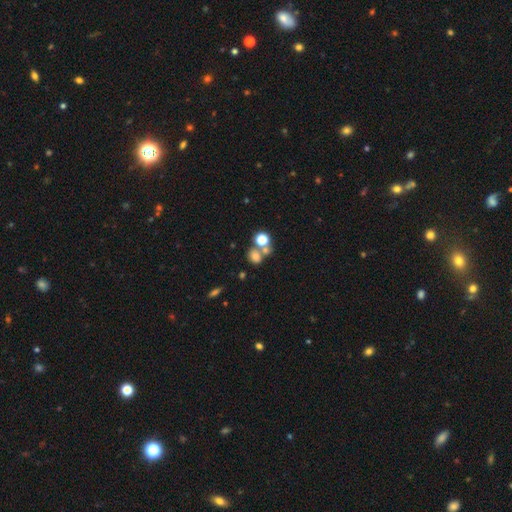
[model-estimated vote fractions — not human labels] This appears to be a smooth galaxy with no disk features (69%) that is round (58%). Merging: merger (43%).